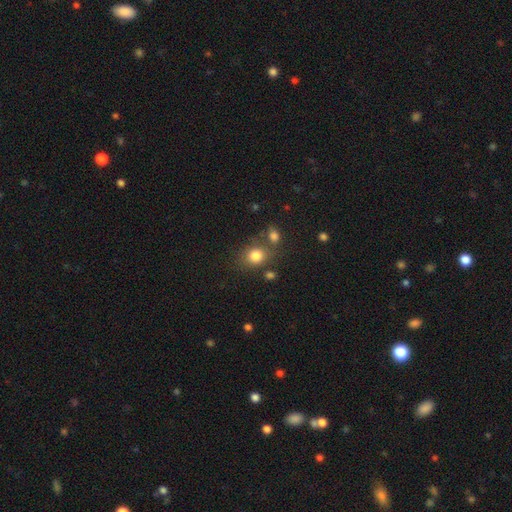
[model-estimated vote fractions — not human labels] Smooth or featured? Predicted: smooth (p=0.81). How rounded? Predicted: round (p=0.66). Merging? Predicted: none (p=0.65).